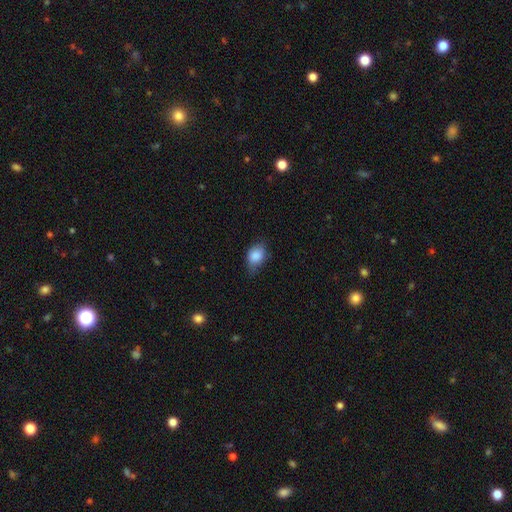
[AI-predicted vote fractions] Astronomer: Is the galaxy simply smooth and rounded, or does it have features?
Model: smooth — 85%.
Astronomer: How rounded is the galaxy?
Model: in between — 72%.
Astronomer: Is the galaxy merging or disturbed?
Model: none — 55% (runner-up: minor disturbance, 36%).